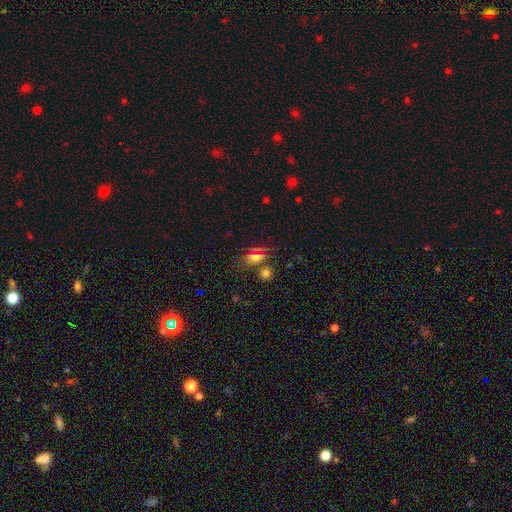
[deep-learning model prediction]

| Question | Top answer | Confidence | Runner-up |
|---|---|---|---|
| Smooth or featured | smooth | 61% | star or artifact (26%) |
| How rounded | in between | 66% | round (27%) |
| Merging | none | 70% | minor disturbance (14%) |